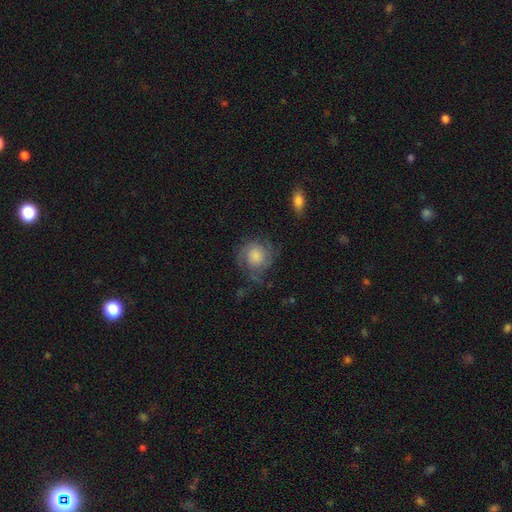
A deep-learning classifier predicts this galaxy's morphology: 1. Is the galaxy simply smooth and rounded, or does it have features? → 54% featured or disk, 38% smooth, 8% star or artifact.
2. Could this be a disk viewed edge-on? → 97% no, 3% yes.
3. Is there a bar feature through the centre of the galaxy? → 78% no, 19% weak, 3% strong.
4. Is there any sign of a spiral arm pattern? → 88% yes, 12% no.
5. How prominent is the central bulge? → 30% large, 28% moderate, 23% small, 13% none, 7% dominant.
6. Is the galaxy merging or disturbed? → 56% none, 23% minor disturbance, 18% major disturbance, 2% merger.